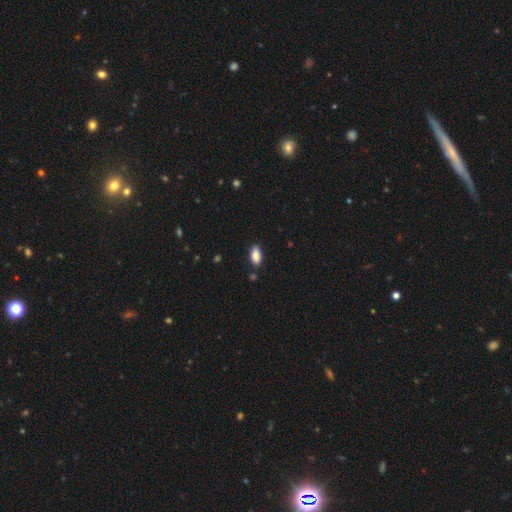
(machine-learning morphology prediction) Smooth or featured: smooth — 87% (star or artifact — 7%)
How rounded: in between — 89% (cigar-shaped — 8%)
Merging: none — 84% (minor disturbance — 12%)